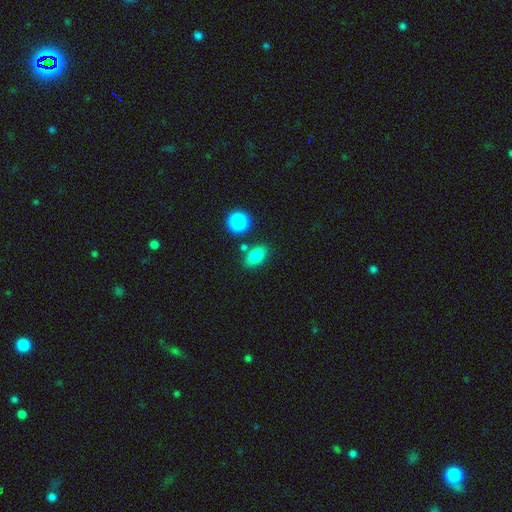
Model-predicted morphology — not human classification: smooth-or-featured: smooth: 79% | star or artifact: 11% | featured or disk: 10%
  how-rounded: in between: 80% | round: 17% | cigar-shaped: 3%
  merging: none: 76% | minor disturbance: 12% | merger: 8% | major disturbance: 3%